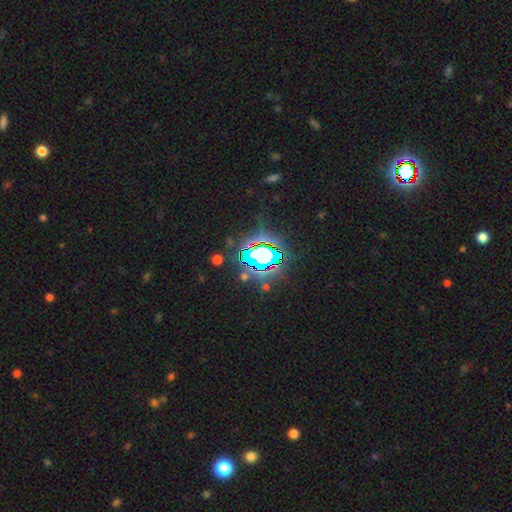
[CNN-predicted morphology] star or artifact 80%, smooth 11%, featured or disk 9%.